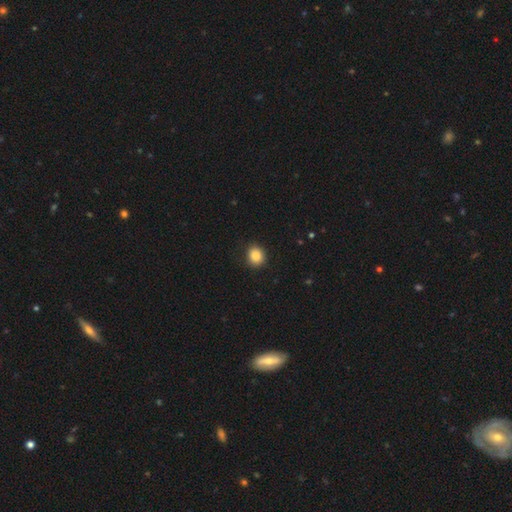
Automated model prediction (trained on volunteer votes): Smooth or featured?
  - smooth: 87% *
  - star or artifact: 9%
  - featured or disk: 3%
How rounded?
  - round: 70% *
  - in between: 29%
  - cigar-shaped: 1%
Merging?
  - none: 87% *
  - minor disturbance: 10%
  - major disturbance: 2%
  - merger: 1%